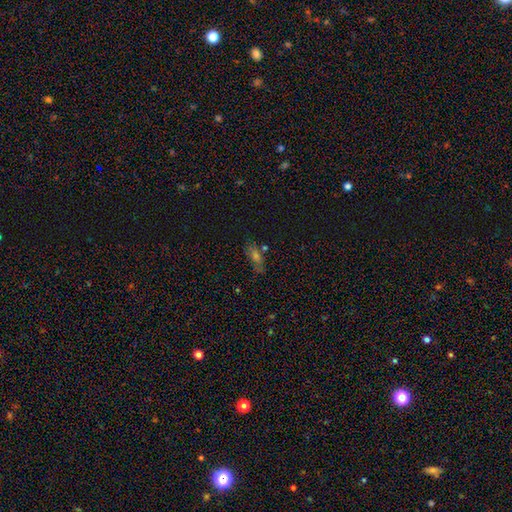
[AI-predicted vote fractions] smooth_or_featured: smooth (p=0.44) [alt: star or artifact p=0.30]
merging: none (p=0.70) [alt: minor disturbance p=0.17]